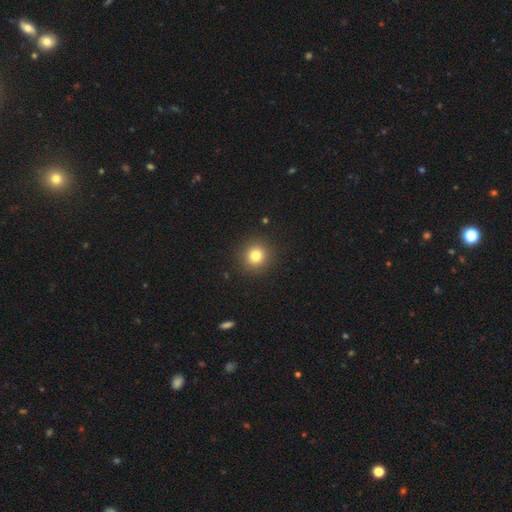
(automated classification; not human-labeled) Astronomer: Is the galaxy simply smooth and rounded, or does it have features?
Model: smooth — 81%.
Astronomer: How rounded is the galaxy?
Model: round — 91%.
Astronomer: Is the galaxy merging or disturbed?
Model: none — 90%.